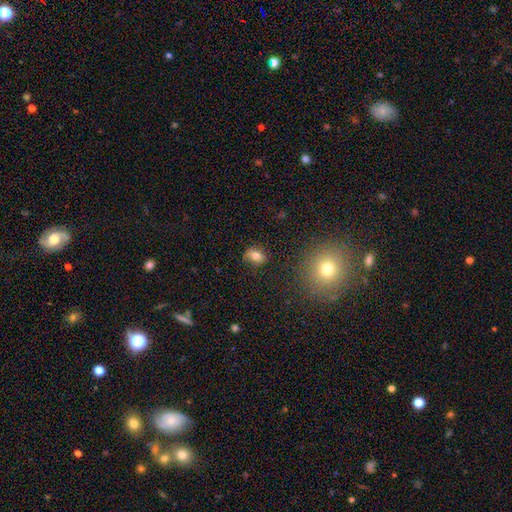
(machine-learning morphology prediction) The model was most divided on "how rounded": in between: 69%, round: 29%, cigar-shaped: 2%. More confident: smooth or featured — smooth (77%); merging — none (73%).